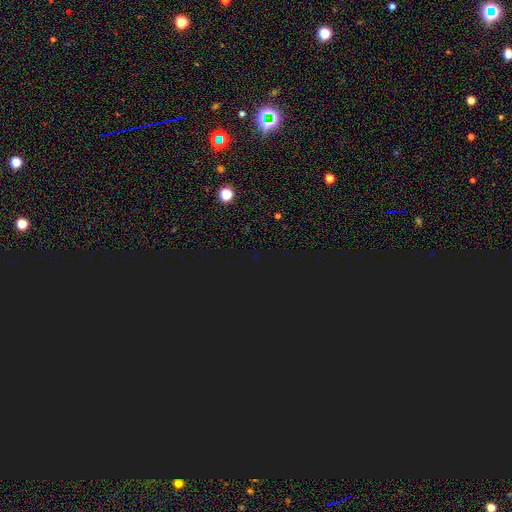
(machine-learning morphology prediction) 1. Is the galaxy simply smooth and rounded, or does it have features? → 78% star or artifact, 15% smooth, 6% featured or disk.